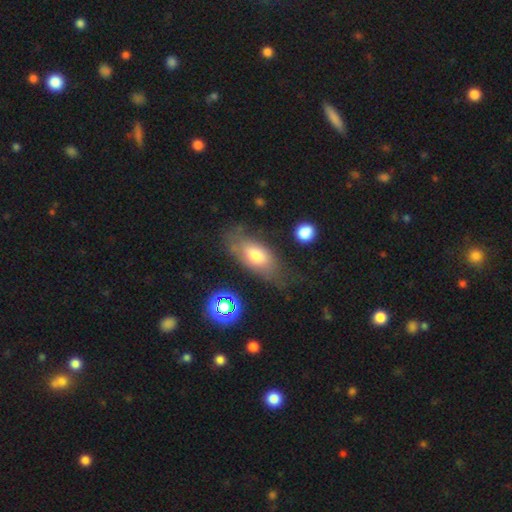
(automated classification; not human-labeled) smooth 66%, featured or disk 24%, star or artifact 9%. Down the decision tree: how rounded — in between (86%); merging — none (56%).